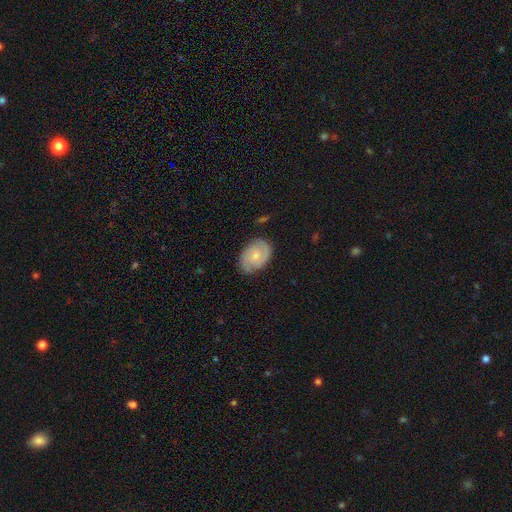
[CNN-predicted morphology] A featured or disk galaxy (63%) with no bar (68%), 2 (66%) tight (50%) spiral arms (90%) and a small central bulge (62%).

Vote fractions:
- Smooth or featured? featured or disk: 63% / smooth: 31% / star or artifact: 6%
- Edge-on disk? no: 97% / yes: 3%
- Bar? no: 68% / weak: 28% / strong: 3%
- Spiral arms? yes: 90% / no: 10%
- Spiral winding? tight: 50% / medium: 39% / loose: 11%
- Spiral arm count? 2: 66% / can't tell: 18% / 3: 8% / 1: 3% / 4: 2% / more than 4: 2%
- Bulge size? small: 62% / moderate: 33% / none: 3% / large: 1% / dominant: 1%
- Merging? none: 78% / minor disturbance: 17% / major disturbance: 4% / merger: 1%